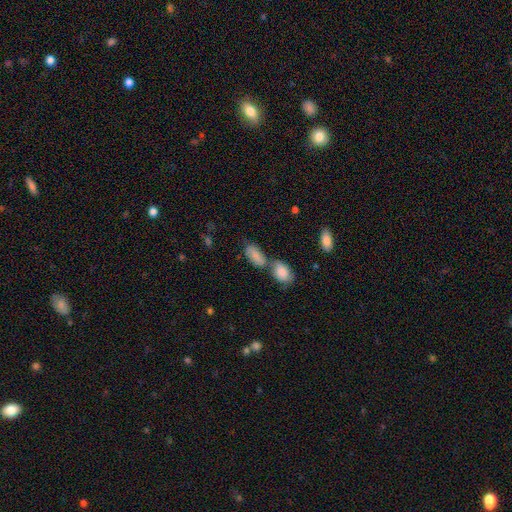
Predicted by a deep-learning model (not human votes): smooth-or-featured: smooth: 81% | featured or disk: 11% | star or artifact: 8%
  how-rounded: in between: 90% | cigar-shaped: 6% | round: 4%
  merging: merger: 47% | none: 35% | minor disturbance: 12% | major disturbance: 5%